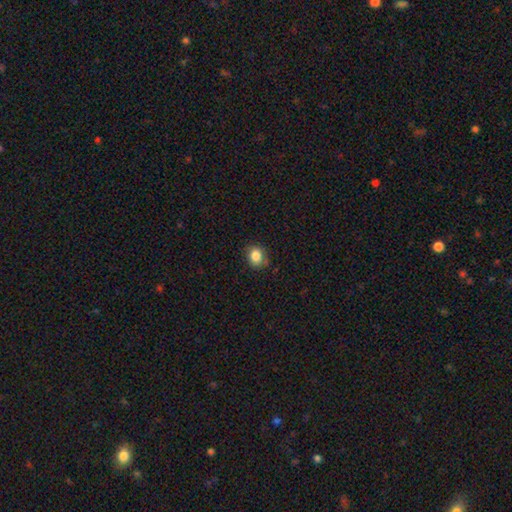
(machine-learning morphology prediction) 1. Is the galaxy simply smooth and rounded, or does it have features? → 85% smooth, 10% star or artifact, 5% featured or disk.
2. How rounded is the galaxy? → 61% round, 38% in between, 1% cigar-shaped.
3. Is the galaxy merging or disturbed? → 78% none, 17% minor disturbance, 3% major disturbance, 2% merger.